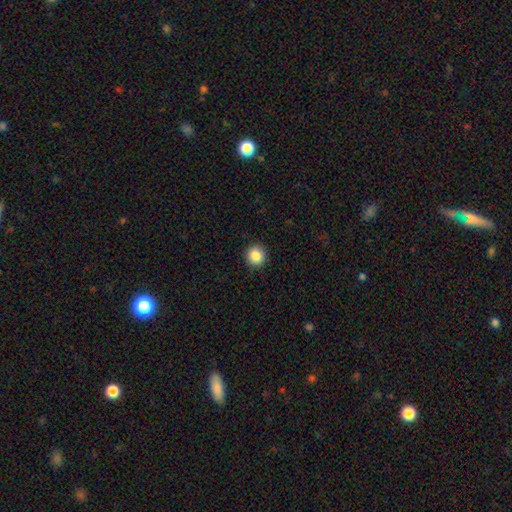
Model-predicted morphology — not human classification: The model was most divided on "smooth or featured": smooth: 86%, star or artifact: 9%, featured or disk: 5%. More confident: merging — none (92%); how rounded — round (91%).